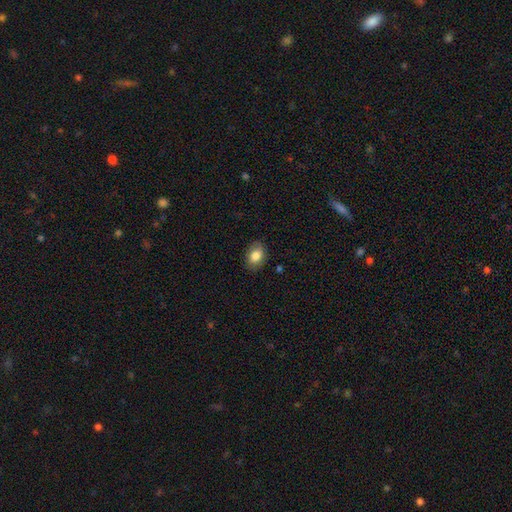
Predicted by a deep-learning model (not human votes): A smooth galaxy with no disk features (81%) that is in between round and cigar-shaped (77%). Merging: none (84%).